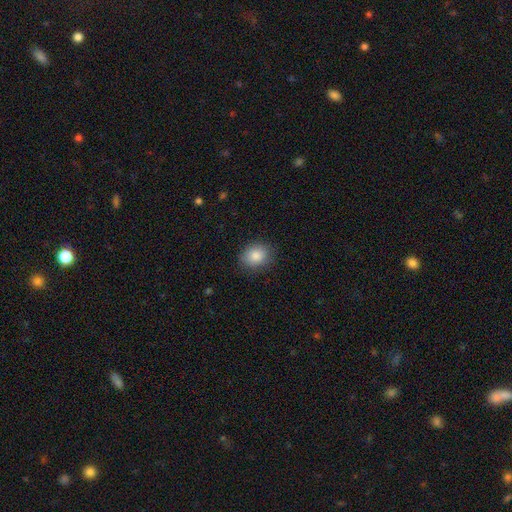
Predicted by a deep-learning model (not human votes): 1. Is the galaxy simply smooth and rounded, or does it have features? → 86% smooth, 8% star or artifact, 6% featured or disk.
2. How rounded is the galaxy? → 53% round, 46% in between, 1% cigar-shaped.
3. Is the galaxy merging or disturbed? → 85% none, 11% minor disturbance, 3% major disturbance, 1% merger.